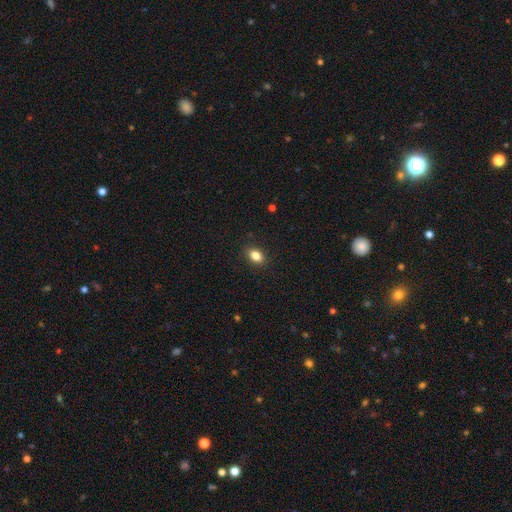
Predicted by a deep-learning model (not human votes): This is clearly a smooth galaxy (85%). How rounded: clearly in between (80%). Merging: clearly none (88%).